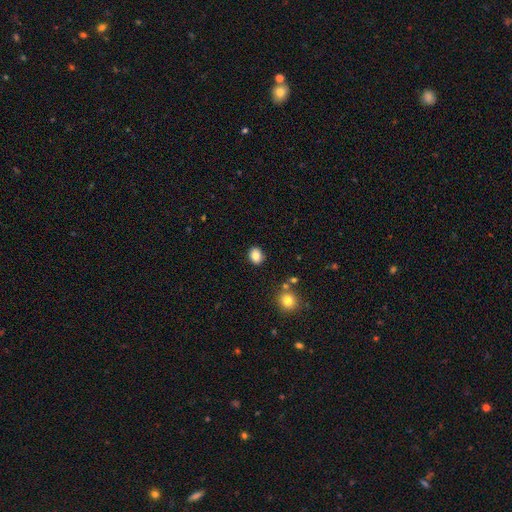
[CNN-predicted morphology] This appears to be a smooth galaxy with no disk features (85%) that is round (50%). Merging: none (88%).